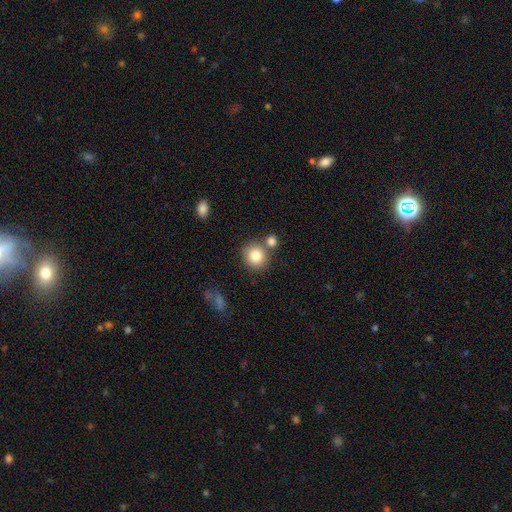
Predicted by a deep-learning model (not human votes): Smooth or featured?
  - smooth: 83% *
  - star or artifact: 10%
  - featured or disk: 8%
How rounded?
  - round: 87% *
  - in between: 13%
  - cigar-shaped: 1%
Merging?
  - none: 67% *
  - merger: 19%
  - minor disturbance: 10%
  - major disturbance: 3%